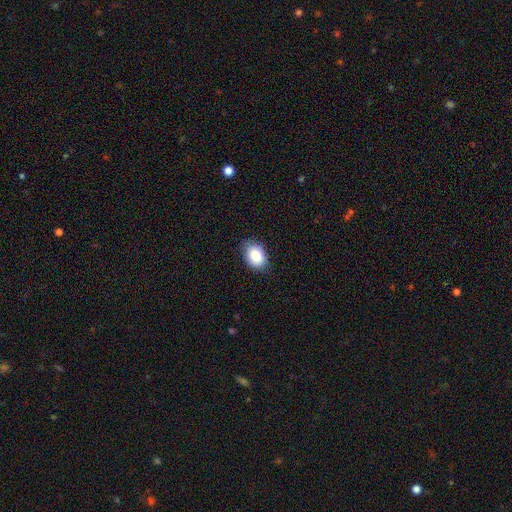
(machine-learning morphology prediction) A smooth galaxy with no disk features (87%) that is in between round and cigar-shaped (79%).

Vote fractions:
- Smooth or featured? smooth: 87% / star or artifact: 8% / featured or disk: 6%
- How rounded? in between: 79% / round: 20% / cigar-shaped: 1%
- Merging? none: 79% / minor disturbance: 17% / major disturbance: 3% / merger: 1%